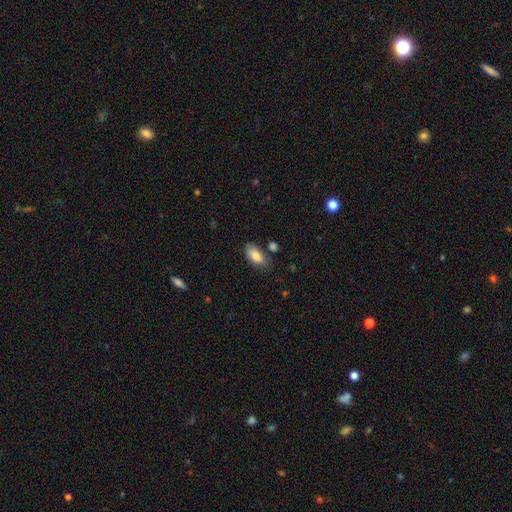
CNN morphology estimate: smooth_or_featured: smooth (p=0.83) [alt: featured or disk p=0.11]
how_rounded: in between (p=0.91) [alt: cigar-shaped p=0.06]
merging: none (p=0.68) [alt: minor disturbance p=0.21]